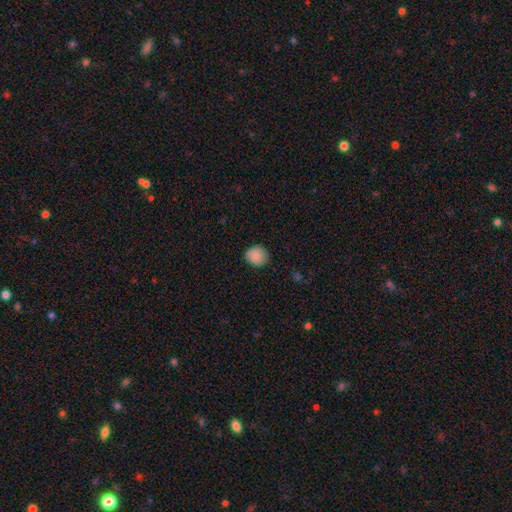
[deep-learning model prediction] smooth 87%, star or artifact 8%, featured or disk 5%. Down the decision tree: how rounded — round (82%); merging — none (83%).